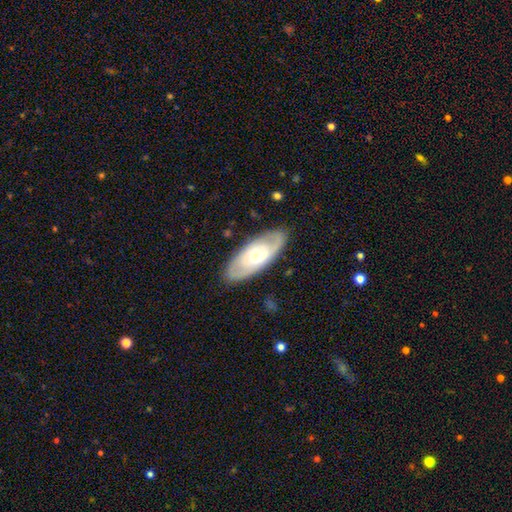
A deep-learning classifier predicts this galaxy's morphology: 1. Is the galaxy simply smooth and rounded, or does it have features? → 60% featured or disk, 35% smooth, 5% star or artifact.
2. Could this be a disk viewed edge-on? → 83% no, 17% yes.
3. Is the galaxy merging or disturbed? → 84% none, 12% minor disturbance, 3% major disturbance, 1% merger.